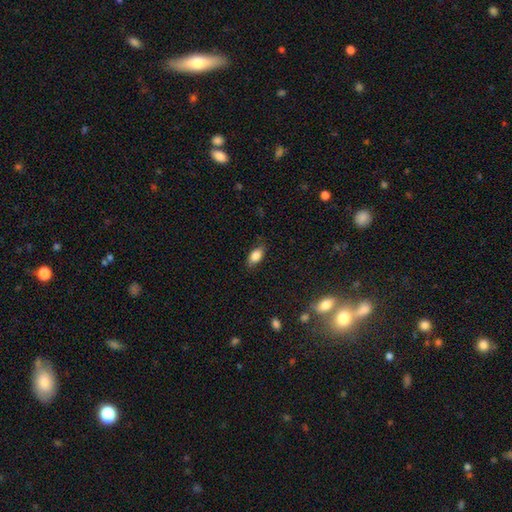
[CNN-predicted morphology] Q: Smooth or featured?
A: smooth (84%); runner-up: featured or disk (8%)
Q: How rounded?
A: in between (88%); runner-up: cigar-shaped (7%)
Q: Merging?
A: none (83%); runner-up: minor disturbance (13%)